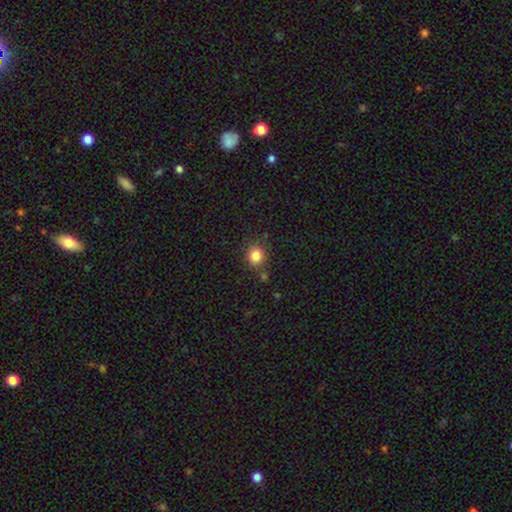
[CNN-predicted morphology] A smooth galaxy with no disk features (83%) that is round (81%).

Vote fractions:
- Smooth or featured? smooth: 83% / star or artifact: 11% / featured or disk: 5%
- How rounded? round: 81% / in between: 18% / cigar-shaped: 1%
- Merging? none: 79% / minor disturbance: 11% / merger: 6% / major disturbance: 4%